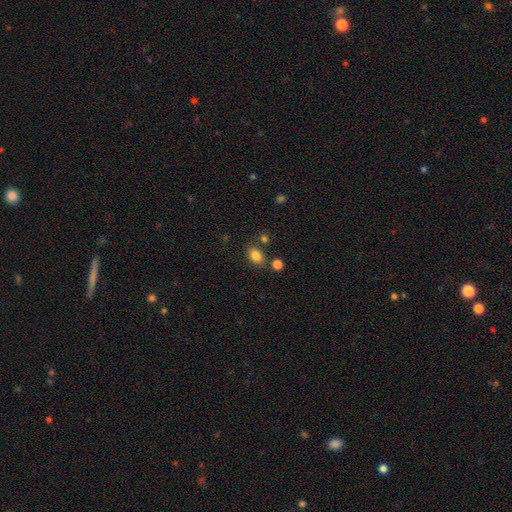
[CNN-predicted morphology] smooth 83%, star or artifact 10%, featured or disk 6%. Down the decision tree: how rounded — in between (79%); merging — none (74%).